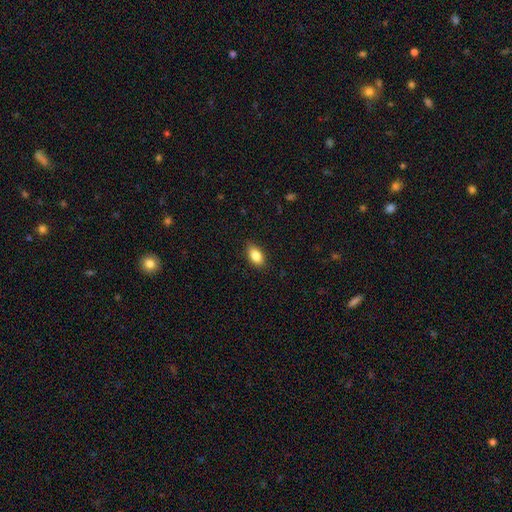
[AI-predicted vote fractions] A smooth galaxy with no disk features (86%) that is in between round and cigar-shaped (91%).

Vote fractions:
- Smooth or featured? smooth: 86% / star or artifact: 8% / featured or disk: 7%
- How rounded? in between: 91% / round: 6% / cigar-shaped: 3%
- Merging? none: 87% / minor disturbance: 10% / major disturbance: 2% / merger: 1%